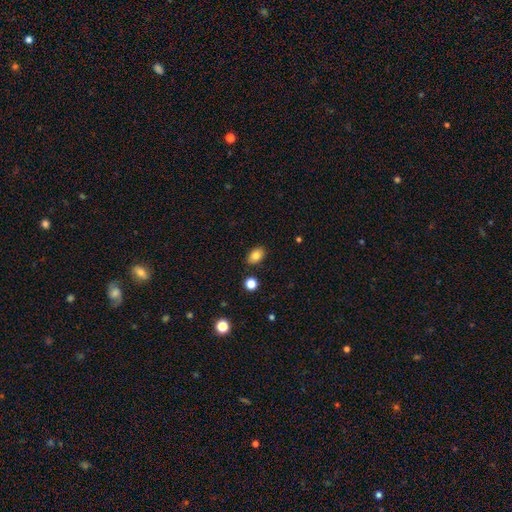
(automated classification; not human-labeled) Smooth or featured? Predicted: smooth (p=0.83). How rounded? Predicted: in between (p=0.83). Merging? Predicted: none (p=0.86).